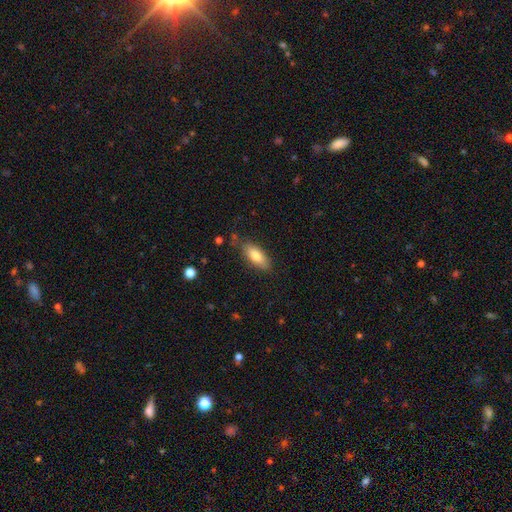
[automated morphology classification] type=smooth (76%); roundness=in between (79%); merging=none (76%).